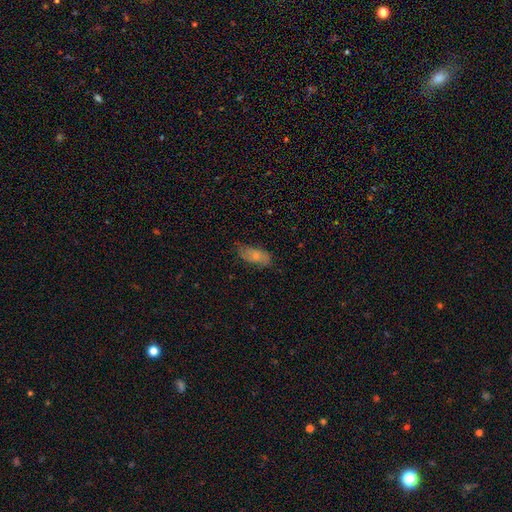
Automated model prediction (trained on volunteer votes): This is likely a smooth galaxy (69%). How rounded: clearly in between (86%). Merging: likely none (70%).